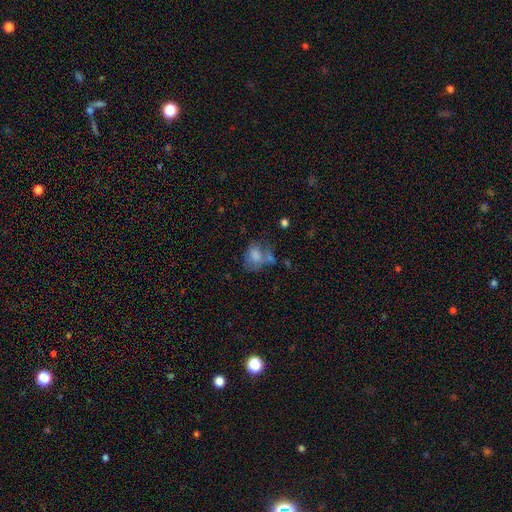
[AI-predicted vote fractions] Morphology: type=smooth (69%); roundness=in between (61%); merging=none (30%).